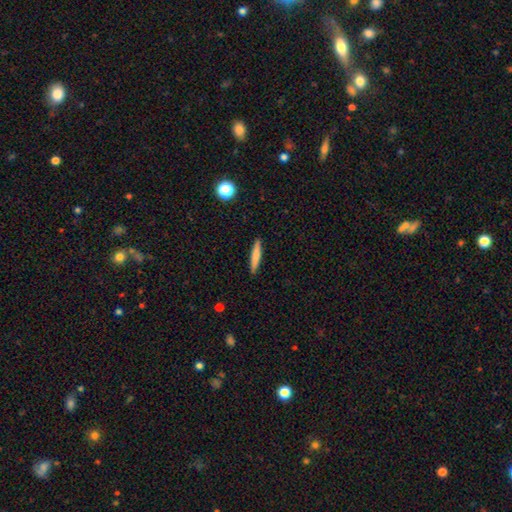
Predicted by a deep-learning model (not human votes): This is likely a smooth galaxy (73%). How rounded: clearly cigar-shaped (93%). Merging: clearly none (91%).